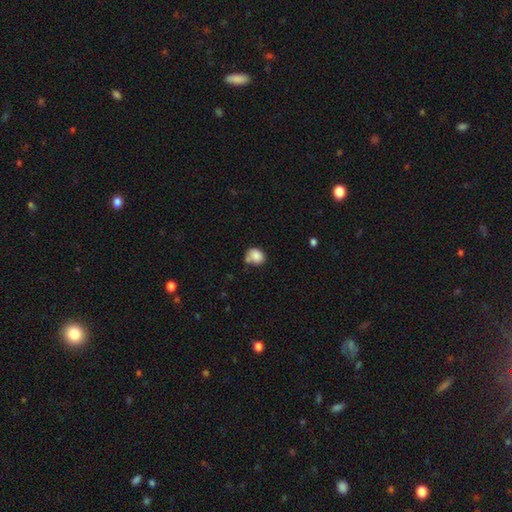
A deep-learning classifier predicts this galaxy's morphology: Overall: smooth (84%). How rounded: round (51%; in between 48%). Merging: none (51%; minor disturbance 24%).